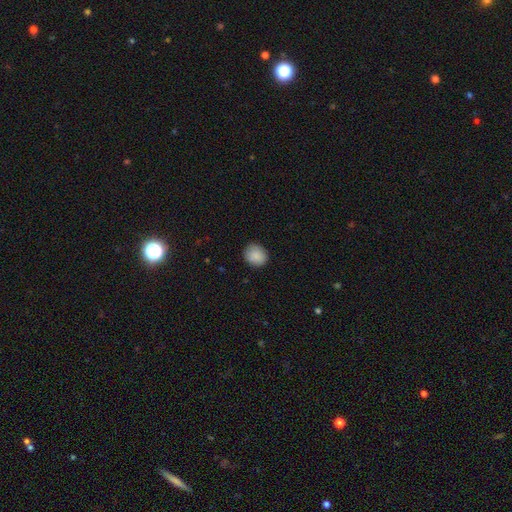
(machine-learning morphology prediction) smooth 89%, star or artifact 7%, featured or disk 4%. Down the decision tree: how rounded — round (76%); merging — none (87%).